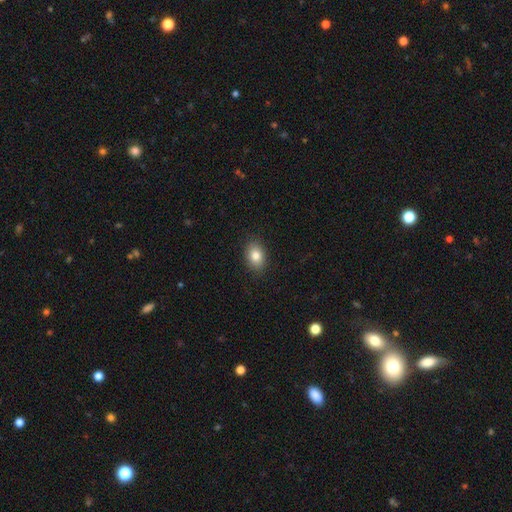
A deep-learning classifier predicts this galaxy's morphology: Overall: smooth (82%). How rounded: in between (78%). Merging: none (88%).